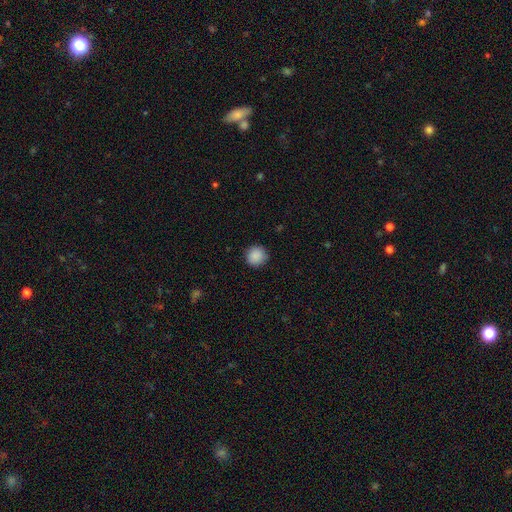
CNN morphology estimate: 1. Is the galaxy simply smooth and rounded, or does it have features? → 89% smooth, 8% star or artifact, 3% featured or disk.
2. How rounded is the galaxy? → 93% round, 6% in between, 1% cigar-shaped.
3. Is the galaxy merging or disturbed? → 89% none, 8% minor disturbance, 2% major disturbance, 1% merger.